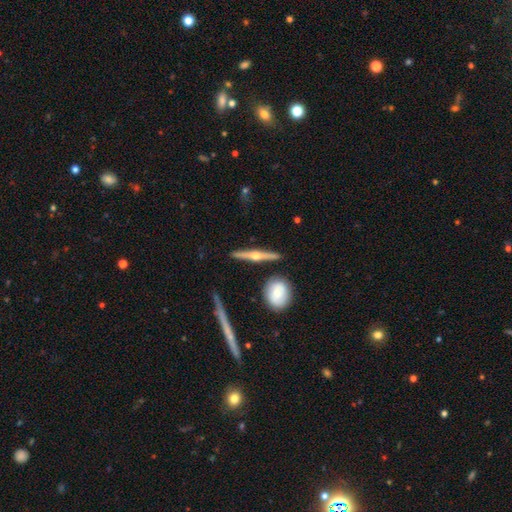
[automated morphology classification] A featured or disk galaxy (78%) viewed edge-on (97%) with a rounded central bulge (94%).

Vote fractions:
- Smooth or featured? featured or disk: 78% / smooth: 17% / star or artifact: 5%
- Edge-on disk? yes: 97% / no: 3%
- Edge-on bulge? rounded: 94% / boxy: 3% / none: 3%
- Merging? none: 87% / minor disturbance: 8% / merger: 3% / major disturbance: 2%